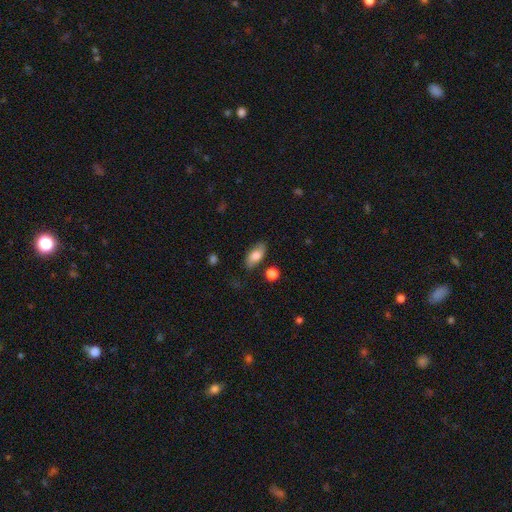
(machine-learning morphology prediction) Smooth or featured? smooth (76%)
How rounded? in between (88%)
Merging? none (78%)